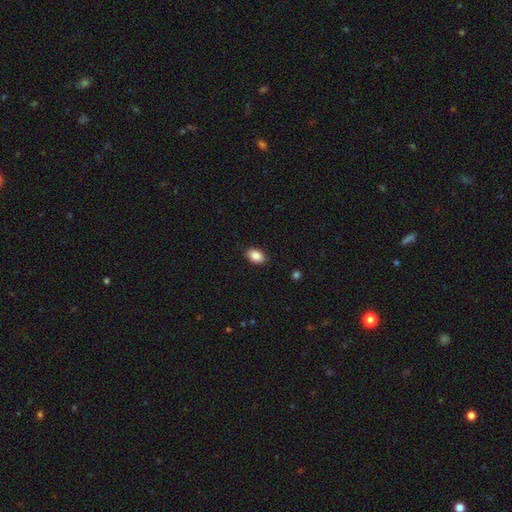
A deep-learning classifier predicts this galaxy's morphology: A smooth galaxy with no disk features (87%) that is in between round and cigar-shaped (86%).

Vote fractions:
- Smooth or featured? smooth: 87% / star or artifact: 8% / featured or disk: 5%
- How rounded? in between: 86% / round: 13% / cigar-shaped: 1%
- Merging? none: 89% / minor disturbance: 8% / major disturbance: 2% / merger: 1%